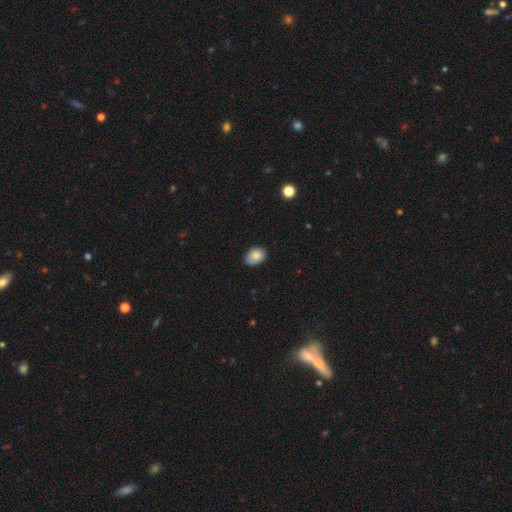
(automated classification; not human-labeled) Smooth or featured: smooth — 86% (star or artifact — 8%)
How rounded: in between — 76% (round — 23%)
Merging: none — 82% (minor disturbance — 15%)